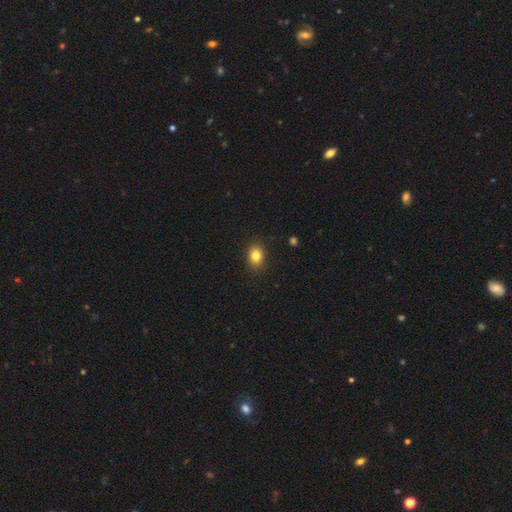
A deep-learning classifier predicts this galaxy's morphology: type=smooth (83%); roundness=in between (60%); merging=none (88%).